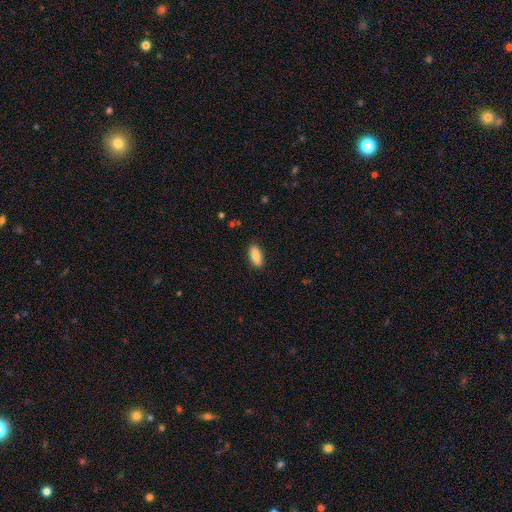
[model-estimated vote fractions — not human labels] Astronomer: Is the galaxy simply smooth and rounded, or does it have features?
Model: smooth — 86%.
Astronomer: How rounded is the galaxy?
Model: in between — 81%.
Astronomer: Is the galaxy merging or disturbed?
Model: none — 89%.